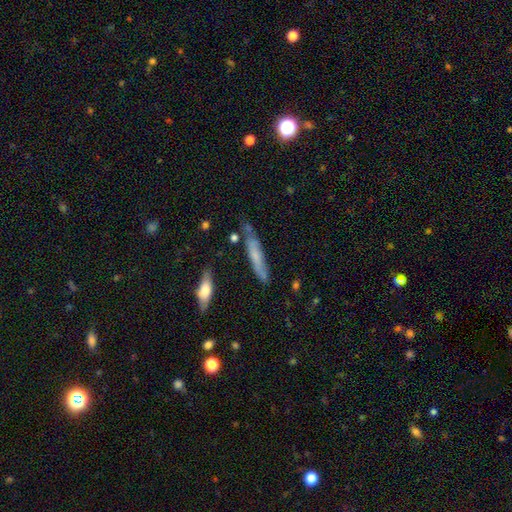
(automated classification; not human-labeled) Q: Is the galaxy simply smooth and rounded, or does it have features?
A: smooth — 52%.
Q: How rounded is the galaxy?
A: cigar-shaped — 87%.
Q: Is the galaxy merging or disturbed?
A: none — 69%.